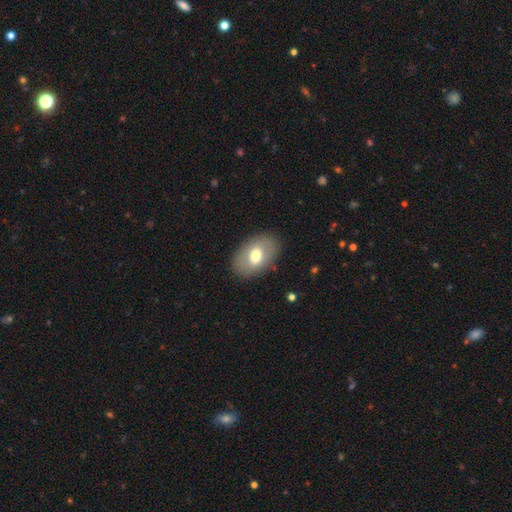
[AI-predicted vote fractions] Q: Smooth or featured?
A: smooth (66%); runner-up: featured or disk (27%)
Q: How rounded?
A: in between (86%); runner-up: round (13%)
Q: Merging?
A: none (85%); runner-up: minor disturbance (10%)